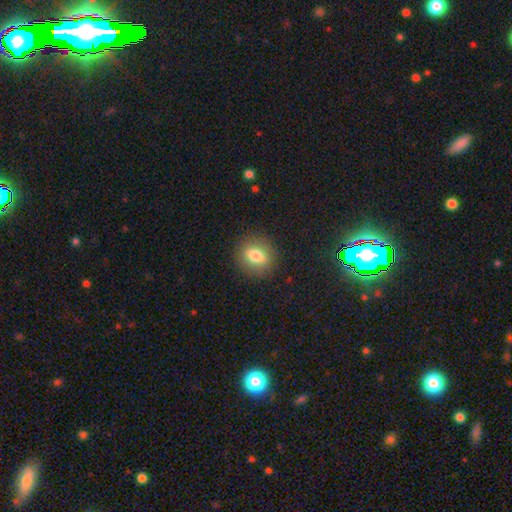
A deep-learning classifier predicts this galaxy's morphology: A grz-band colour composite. It shows a smooth galaxy with no disk features (75%) that is round (61%). Merging: none (88%).